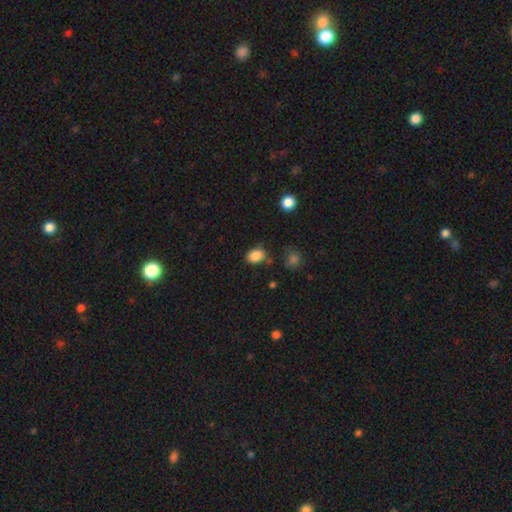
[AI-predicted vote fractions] A smooth galaxy with no disk features (86%) that is in between round and cigar-shaped (71%).

Vote fractions:
- Smooth or featured? smooth: 86% / star or artifact: 10% / featured or disk: 4%
- How rounded? in between: 71% / round: 28% / cigar-shaped: 1%
- Merging? none: 74% / minor disturbance: 18% / major disturbance: 4% / merger: 4%